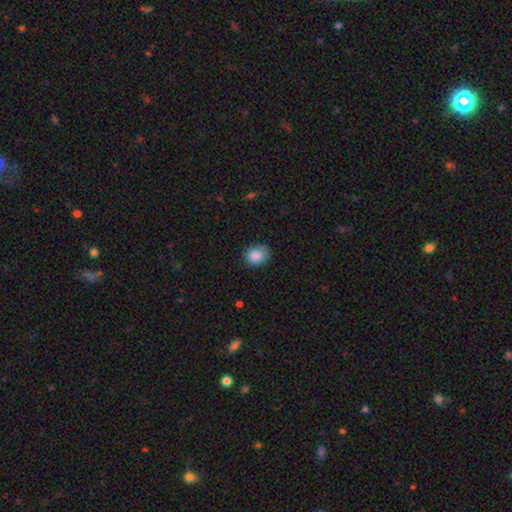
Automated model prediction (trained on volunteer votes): Morphology: type=smooth (87%); roundness=round (63%); merging=none (75%).